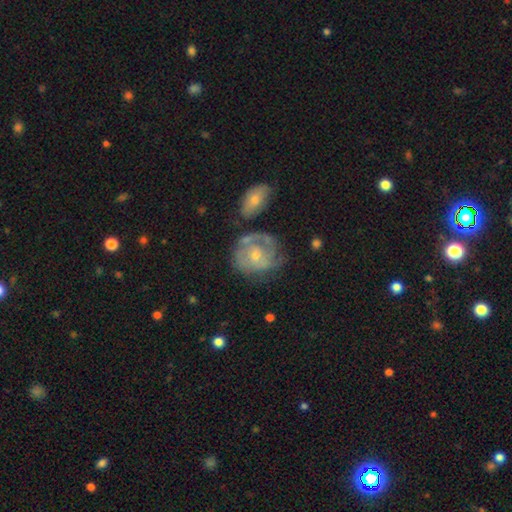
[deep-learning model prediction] Smooth or featured?
  - featured or disk: 68% *
  - smooth: 25%
  - star or artifact: 7%
Edge-on disk?
  - no: 97% *
  - yes: 3%
Bar?
  - no: 72% *
  - weak: 24%
  - strong: 4%
Spiral arms?
  - yes: 74% *
  - no: 26%
Bulge size?
  - small: 52% *
  - moderate: 42%
  - none: 3%
  - large: 2%
  - dominant: 1%
Merging?
  - none: 52% *
  - minor disturbance: 23%
  - major disturbance: 14%
  - merger: 11%